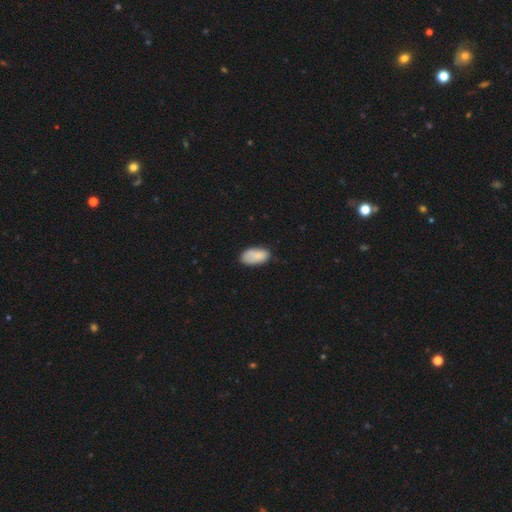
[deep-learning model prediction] smooth_or_featured: smooth (p=0.83) [alt: featured or disk p=0.10]
how_rounded: in between (p=0.94) [alt: round p=0.03]
merging: none (p=0.68) [alt: minor disturbance p=0.24]